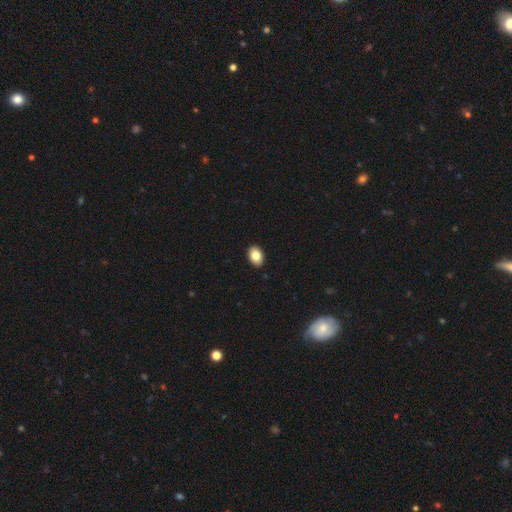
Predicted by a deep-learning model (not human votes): smooth 84%, featured or disk 8%, star or artifact 8%. Down the decision tree: how rounded — in between (82%); merging — none (91%).